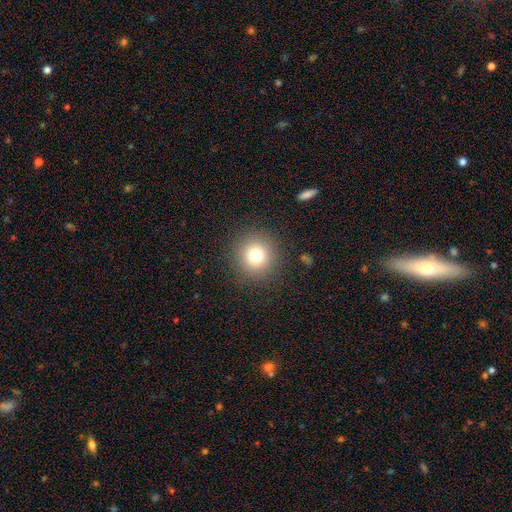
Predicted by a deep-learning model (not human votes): Q: Smooth or featured?
A: smooth (76%); runner-up: star or artifact (14%)
Q: How rounded?
A: round (95%); runner-up: in between (4%)
Q: Merging?
A: none (90%); runner-up: minor disturbance (6%)